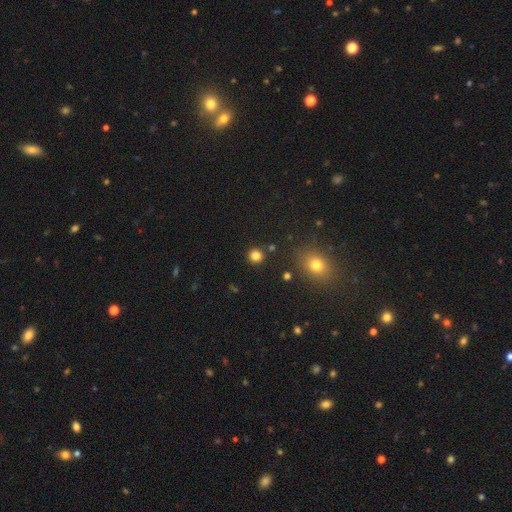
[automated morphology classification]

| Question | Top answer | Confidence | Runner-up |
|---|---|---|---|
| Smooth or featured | smooth | 81% | star or artifact (14%) |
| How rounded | round | 93% | in between (6%) |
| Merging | none | 89% | minor disturbance (6%) |